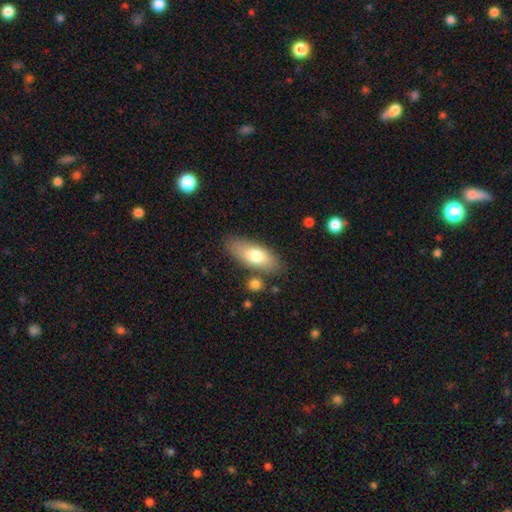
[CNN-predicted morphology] A smooth galaxy with no disk features (72%) that is in between round and cigar-shaped (76%). Merging: none (78%).